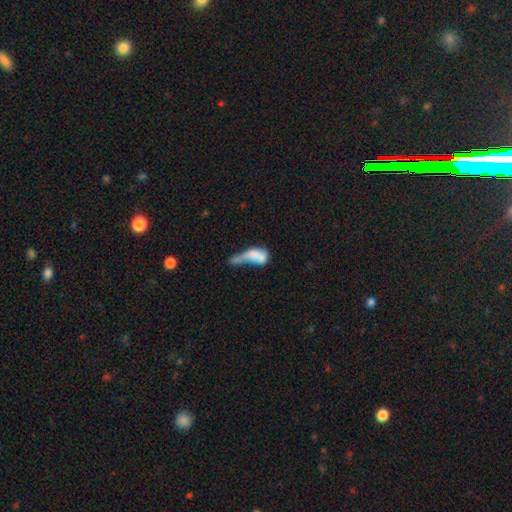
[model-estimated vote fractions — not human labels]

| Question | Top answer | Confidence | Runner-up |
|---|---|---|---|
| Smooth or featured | smooth | 60% | featured or disk (30%) |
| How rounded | in between | 70% | cigar-shaped (19%) |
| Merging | major disturbance | 36% | tied: merger (36%) |